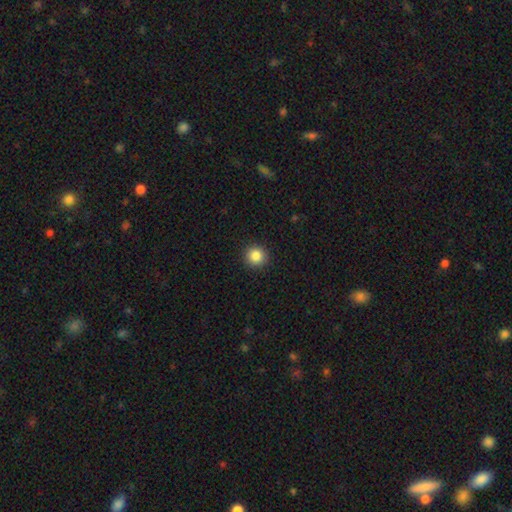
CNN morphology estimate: smooth_or_featured: smooth (p=0.85) [alt: star or artifact p=0.10]
how_rounded: round (p=0.94) [alt: in between p=0.05]
merging: none (p=0.92) [alt: minor disturbance p=0.05]